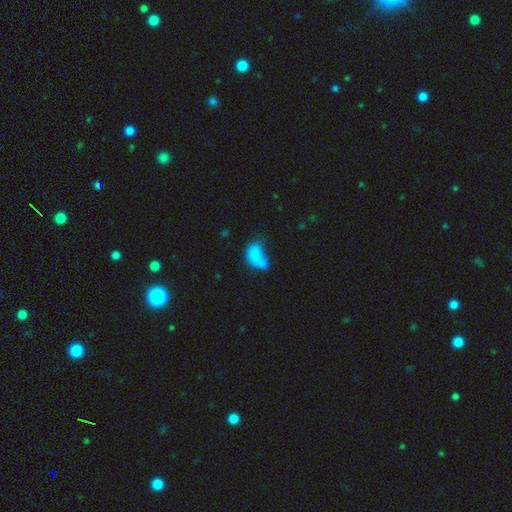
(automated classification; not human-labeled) The model was most divided on "merging": merger: 54%, none: 19%, major disturbance: 14%, minor disturbance: 13%. More confident: how rounded — in between (78%); smooth or featured — smooth (75%).